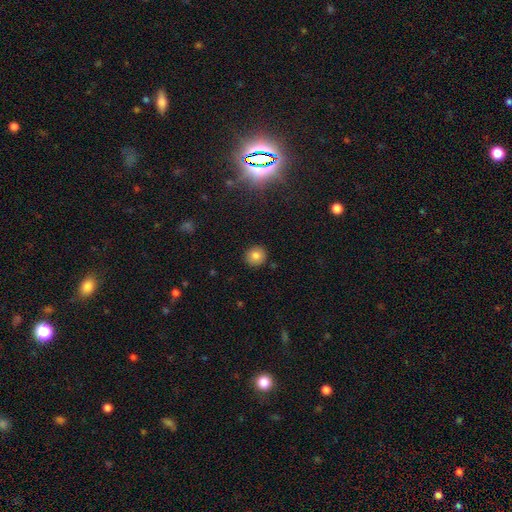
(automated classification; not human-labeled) Smooth or featured: smooth — 81% (star or artifact — 11%)
How rounded: round — 91% (in between — 8%)
Merging: none — 90% (minor disturbance — 6%)